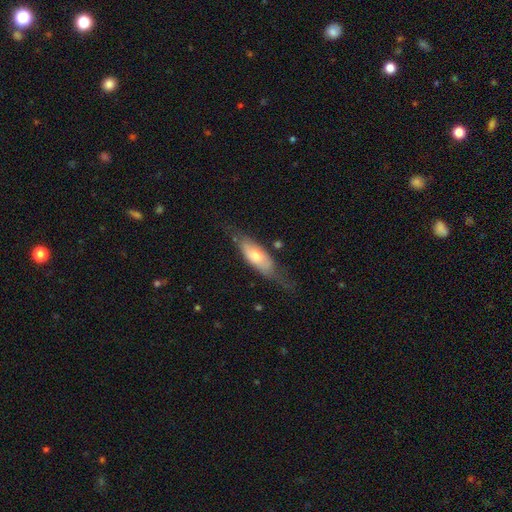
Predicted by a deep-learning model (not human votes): The model was most divided on "smooth or featured" (2-way tie): smooth: 47%, featured or disk: 47%, star or artifact: 6%. More confident: merging — none (58%).